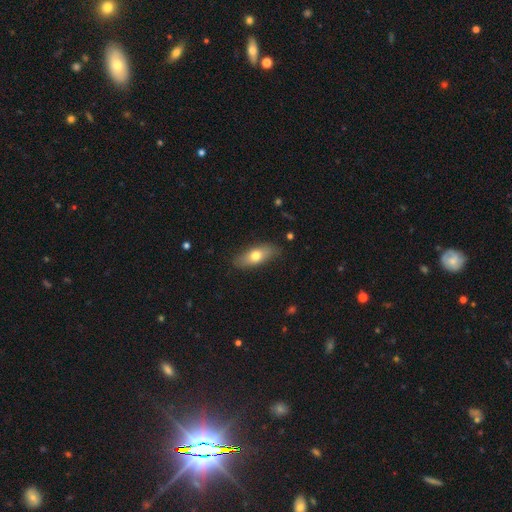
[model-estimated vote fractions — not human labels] smooth 67%, featured or disk 27%, star or artifact 7%. Down the decision tree: how rounded — in between (71%); merging — none (84%).